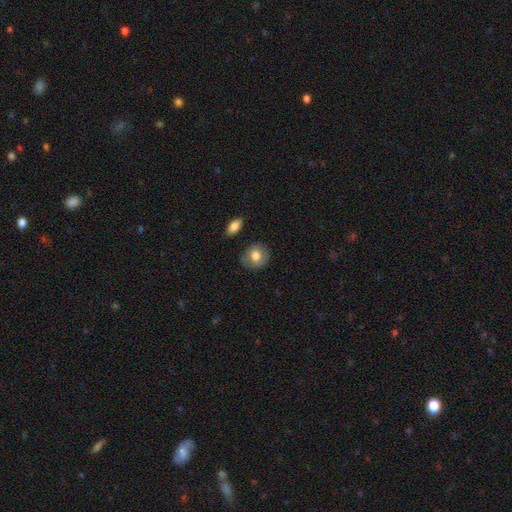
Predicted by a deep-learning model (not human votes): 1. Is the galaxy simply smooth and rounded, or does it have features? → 73% smooth, 20% featured or disk, 7% star or artifact.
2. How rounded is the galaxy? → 72% round, 27% in between, 1% cigar-shaped.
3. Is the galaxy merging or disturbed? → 81% none, 14% minor disturbance, 3% major disturbance, 2% merger.